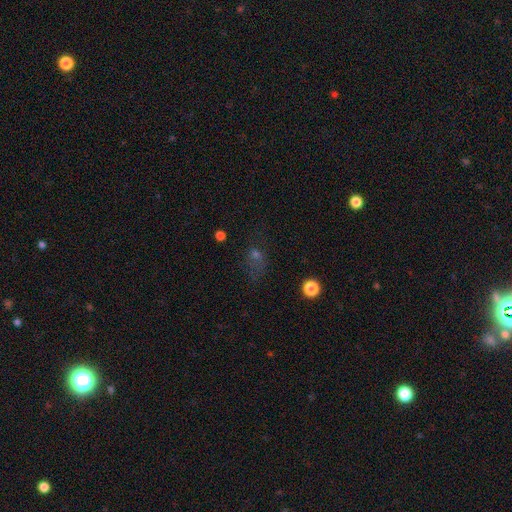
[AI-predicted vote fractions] This is marginally a smooth galaxy (45%). Merging: marginally none (42%).